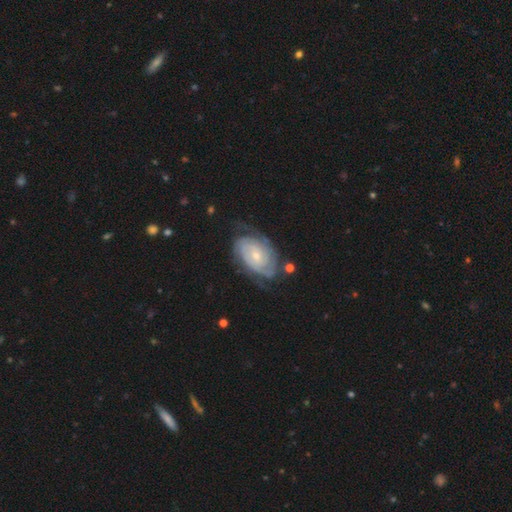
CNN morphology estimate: featured or disk 85%, smooth 10%, star or artifact 5%. Down the decision tree: edge-on disk — no (96%); bar — no (69%); spiral arms — yes (95%); spiral arm count — 2 (32%, tied with can't tell); spiral winding — tight (73%); bulge size — small (69%); merging — none (67%).